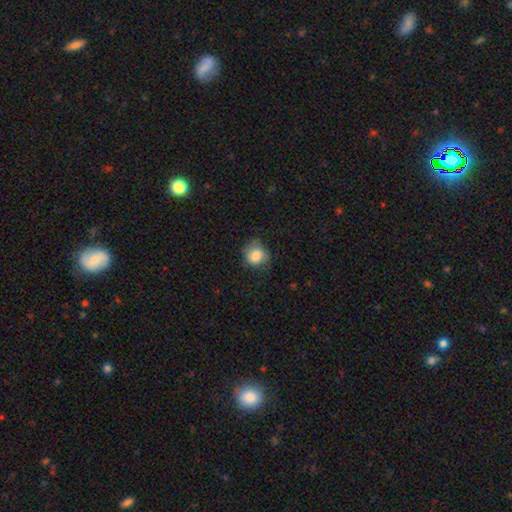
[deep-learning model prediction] The model was most divided on "merging": none: 66%, minor disturbance: 26%, major disturbance: 8%, merger: 1%. More confident: smooth or featured — smooth (82%); how rounded — round (76%).